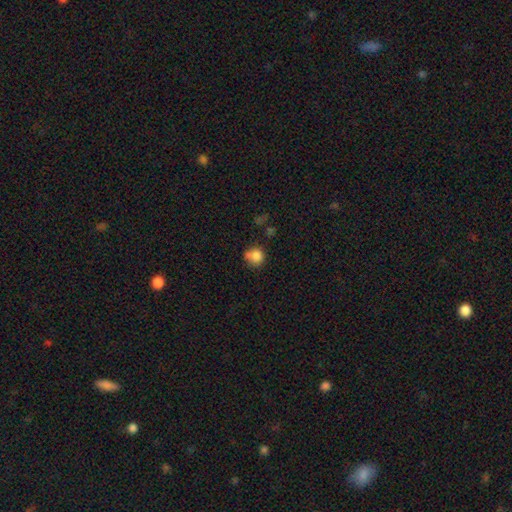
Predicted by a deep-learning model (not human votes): Smooth or featured? smooth (80%)
How rounded? round (80%)
Merging? none (50%)